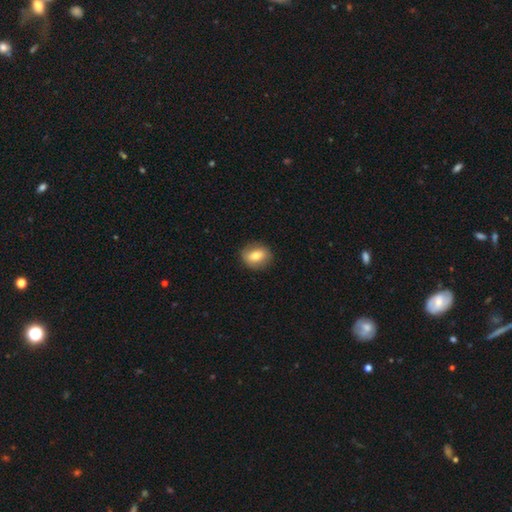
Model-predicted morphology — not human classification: A smooth galaxy with no disk features (72%) that is round (57%). Merging: none (85%).